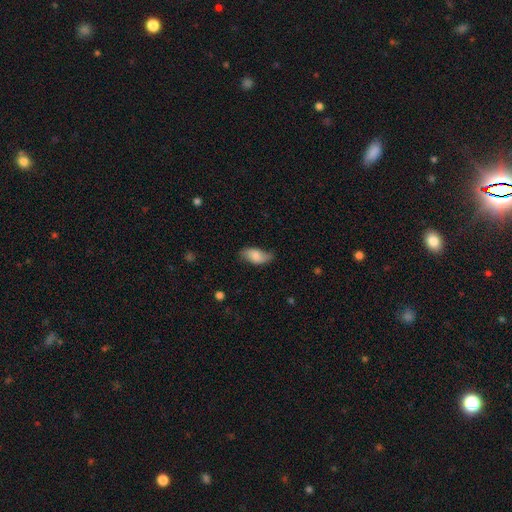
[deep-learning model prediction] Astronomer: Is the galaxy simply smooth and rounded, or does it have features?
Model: smooth — 76%.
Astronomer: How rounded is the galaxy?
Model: in between — 92%.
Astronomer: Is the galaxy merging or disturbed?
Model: none — 66%.